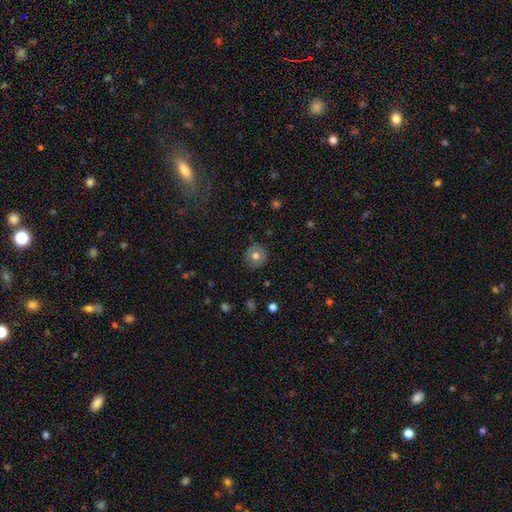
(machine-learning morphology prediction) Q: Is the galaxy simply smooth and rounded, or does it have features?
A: smooth — 68%.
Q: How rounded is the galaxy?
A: round — 89%.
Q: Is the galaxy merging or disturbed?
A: none — 84%.